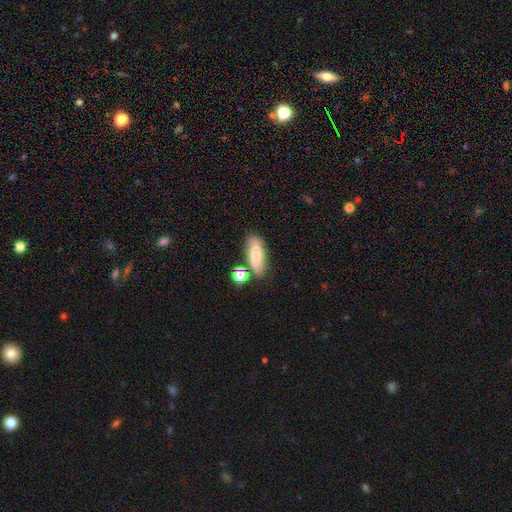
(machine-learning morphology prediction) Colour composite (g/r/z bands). It shows a smooth galaxy with no disk features (62%) that is in between round and cigar-shaped (65%). Merging: none (67%).